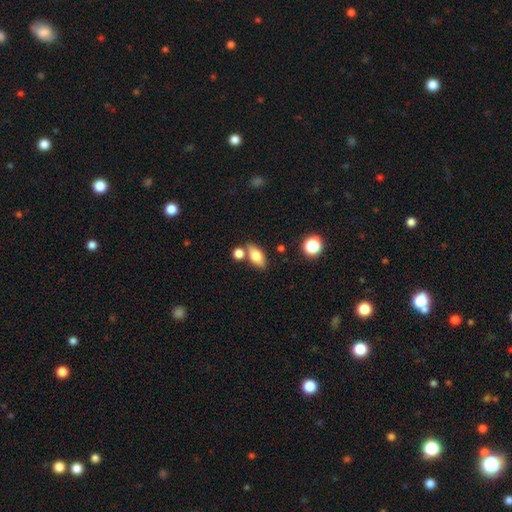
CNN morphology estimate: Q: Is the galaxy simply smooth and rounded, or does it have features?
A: smooth — 73%.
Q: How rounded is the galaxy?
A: in between — 81%.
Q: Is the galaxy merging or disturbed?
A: none — 68%.